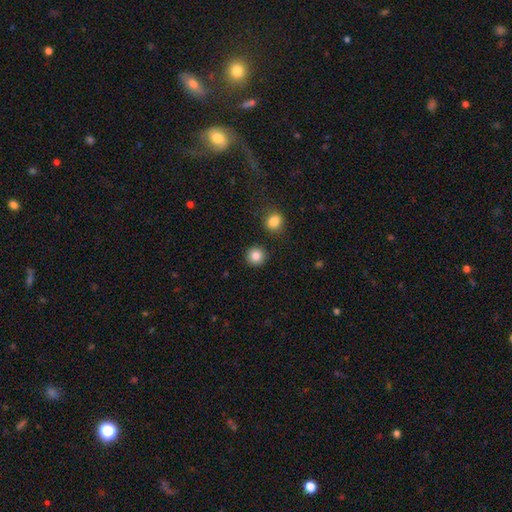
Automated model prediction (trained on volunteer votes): Smooth or featured? smooth (86%)
How rounded? round (93%)
Merging? none (90%)